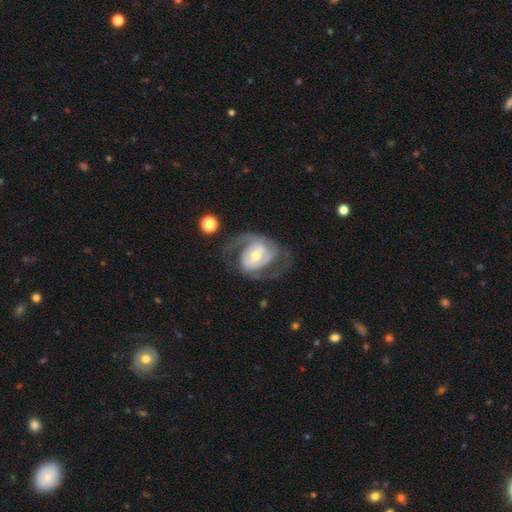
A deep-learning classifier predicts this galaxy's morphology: A featured or disk galaxy (85%) with no bar (42%), 2 (87%) medium (51%) spiral arms (92%) and a moderate central bulge (56%).

Vote fractions:
- Smooth or featured? featured or disk: 85% / smooth: 10% / star or artifact: 5%
- Edge-on disk? no: 97% / yes: 3%
- Bar? no: 42% / weak: 37% / strong: 21%
- Spiral arms? yes: 92% / no: 8%
- Spiral winding? medium: 51% / tight: 27% / loose: 22%
- Spiral arm count? 2: 87% / can't tell: 6% / 1: 3% / 3: 2% / 4: 1% / more than 4: 1%
- Bulge size? moderate: 56% / small: 36% / large: 6% / none: 1% / dominant: 1%
- Merging? none: 66% / major disturbance: 17% / minor disturbance: 15% / merger: 2%